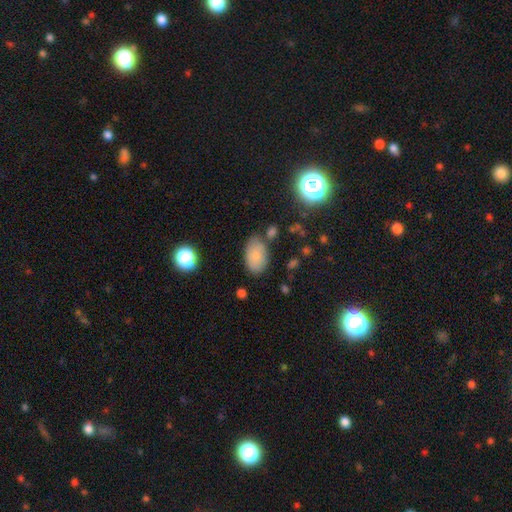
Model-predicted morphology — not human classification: Smooth or featured?
  - smooth: 81% *
  - featured or disk: 10%
  - star or artifact: 9%
How rounded?
  - in between: 92% *
  - round: 7%
  - cigar-shaped: 1%
Merging?
  - none: 71% *
  - minor disturbance: 19%
  - merger: 6%
  - major disturbance: 5%